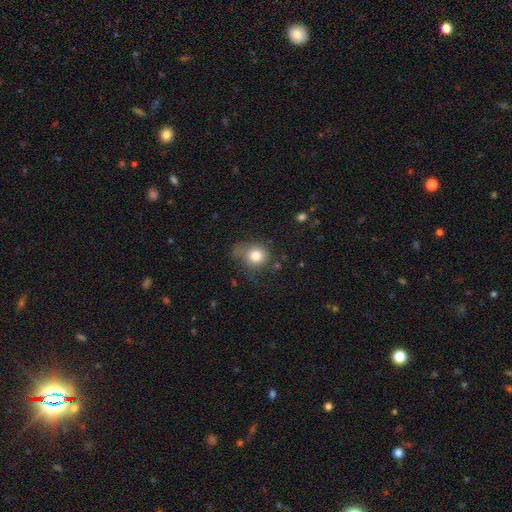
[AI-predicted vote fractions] Smooth or featured? smooth (80%)
How rounded? round (76%)
Merging? none (50%)